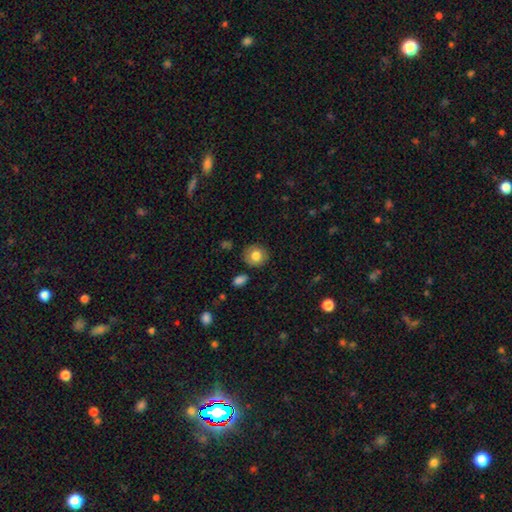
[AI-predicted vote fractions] Q: Smooth or featured?
A: smooth (79%); runner-up: featured or disk (13%)
Q: How rounded?
A: round (84%); runner-up: in between (15%)
Q: Merging?
A: none (83%); runner-up: minor disturbance (12%)